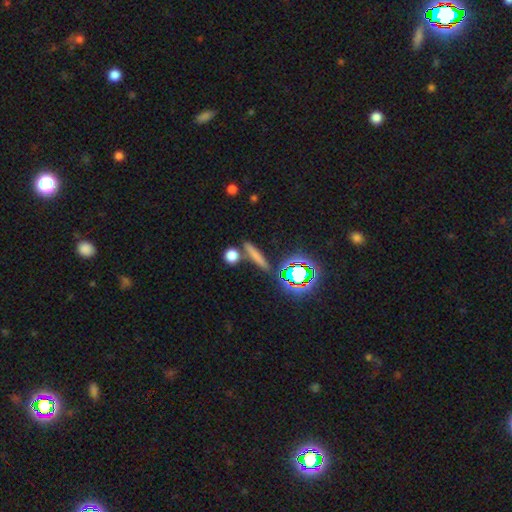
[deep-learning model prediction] smooth 66%, featured or disk 18%, star or artifact 16%. Down the decision tree: how rounded — cigar-shaped (77%); merging — none (78%).